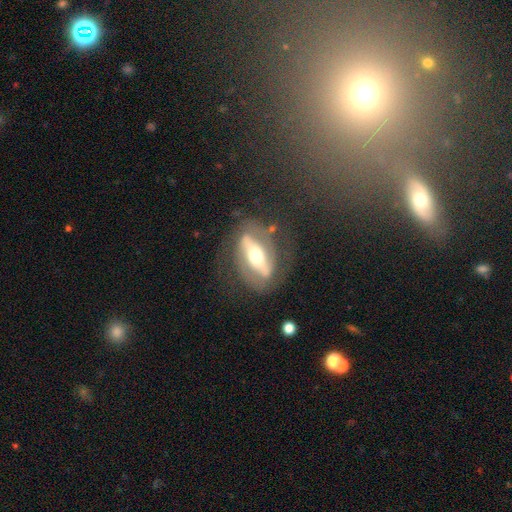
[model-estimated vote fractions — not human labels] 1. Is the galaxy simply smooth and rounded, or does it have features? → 76% featured or disk, 18% smooth, 6% star or artifact.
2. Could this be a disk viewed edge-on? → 81% no, 19% yes.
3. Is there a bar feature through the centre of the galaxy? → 67% strong, 17% weak, 16% no.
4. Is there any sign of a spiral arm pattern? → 64% yes, 36% no.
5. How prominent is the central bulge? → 64% moderate, 17% small, 16% large, 3% dominant, 1% none.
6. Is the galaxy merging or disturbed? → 69% none, 16% minor disturbance, 13% major disturbance, 2% merger.